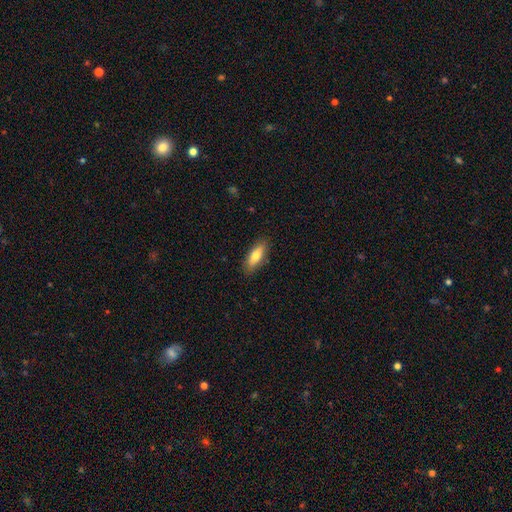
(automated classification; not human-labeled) smooth 72%, featured or disk 21%, star or artifact 6%. Down the decision tree: how rounded — in between (69%); merging — none (86%).